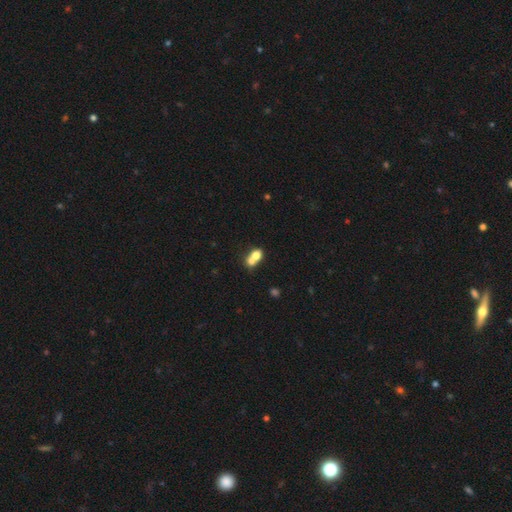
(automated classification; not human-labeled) smooth-or-featured: smooth: 71% | featured or disk: 19% | star or artifact: 10%
  how-rounded: in between: 50% | round: 48% | cigar-shaped: 2%
  merging: merger: 69% | none: 21% | minor disturbance: 6% | major disturbance: 4%